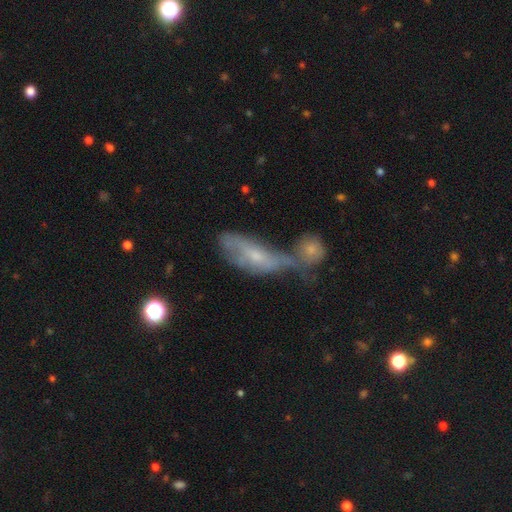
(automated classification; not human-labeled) Overall: featured or disk (49%; smooth 42%). Merging: merger (51%; none 20%).